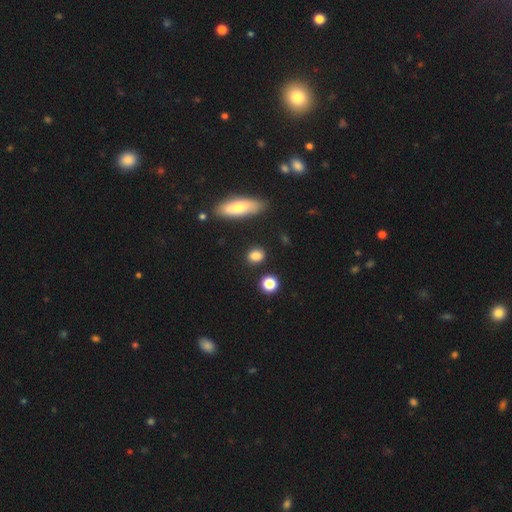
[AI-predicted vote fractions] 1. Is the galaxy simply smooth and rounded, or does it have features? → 84% smooth, 10% star or artifact, 6% featured or disk.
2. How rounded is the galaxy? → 55% round, 40% in between, 5% cigar-shaped.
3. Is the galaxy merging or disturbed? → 83% none, 10% minor disturbance, 4% merger, 3% major disturbance.